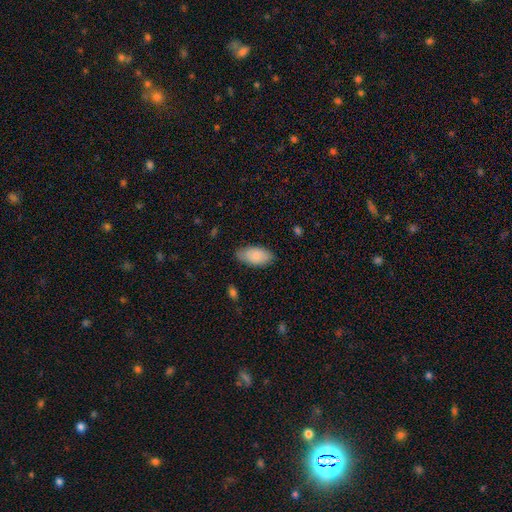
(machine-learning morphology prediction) The model was most divided on "merging": none: 79%, minor disturbance: 17%, major disturbance: 3%, merger: 1%. More confident: how rounded — in between (94%); smooth or featured — smooth (84%).